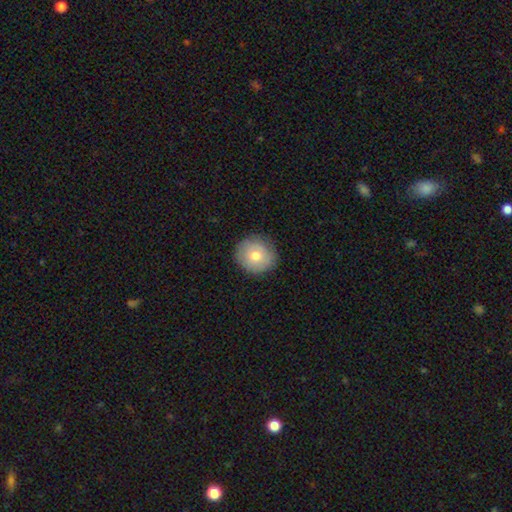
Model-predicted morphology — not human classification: This appears to be a smooth galaxy with no disk features (71%) that is round (89%). Merging: none (86%).